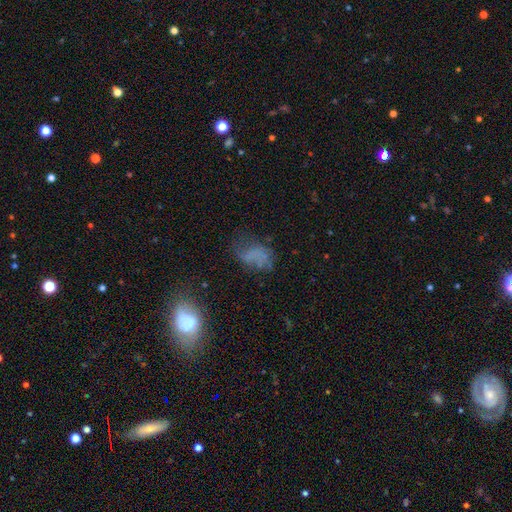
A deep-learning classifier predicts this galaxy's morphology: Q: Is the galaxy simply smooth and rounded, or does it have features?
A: smooth — 48%.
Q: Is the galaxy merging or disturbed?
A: none — 41%.